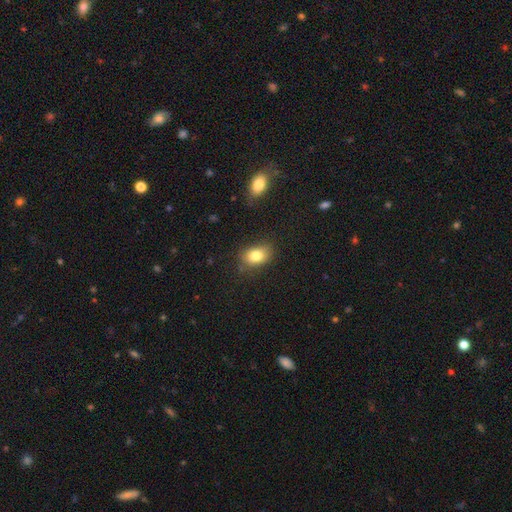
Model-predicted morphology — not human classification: This appears to be a smooth galaxy with no disk features (81%) that is in between round and cigar-shaped (76%). Merging: none (77%).